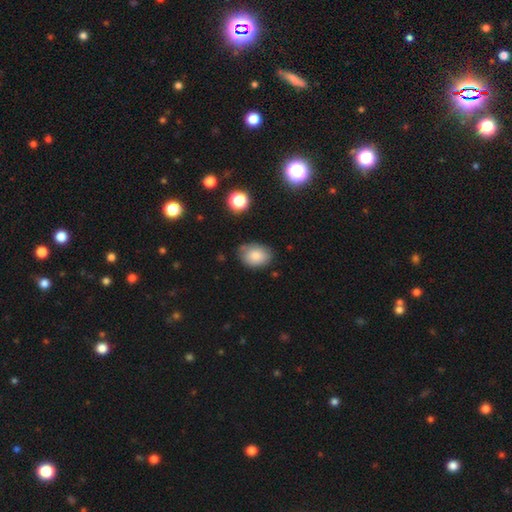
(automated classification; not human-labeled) Smooth or featured? Predicted: smooth (p=0.81). How rounded? Predicted: in between (p=0.75). Merging? Predicted: none (p=0.69).